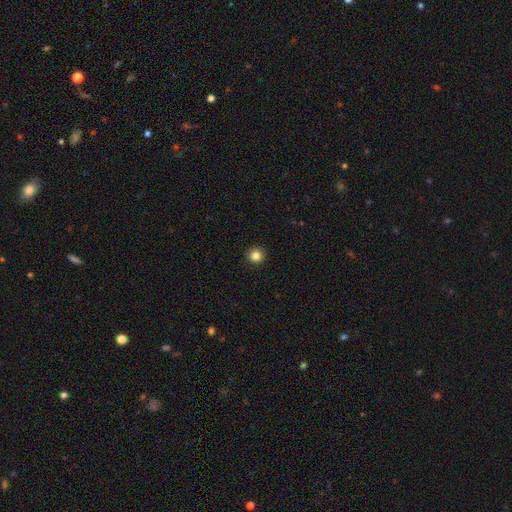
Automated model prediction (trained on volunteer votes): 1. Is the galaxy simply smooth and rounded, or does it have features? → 84% smooth, 11% star or artifact, 4% featured or disk.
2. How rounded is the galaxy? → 95% round, 4% in between, 1% cigar-shaped.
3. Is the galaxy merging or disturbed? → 93% none, 4% minor disturbance, 1% major disturbance, 1% merger.